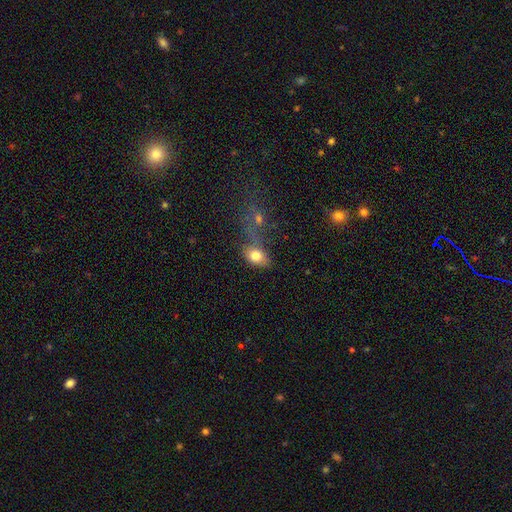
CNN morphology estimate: A smooth galaxy with no disk features (78%) that is in between round and cigar-shaped (72%). Merging: none (39%).